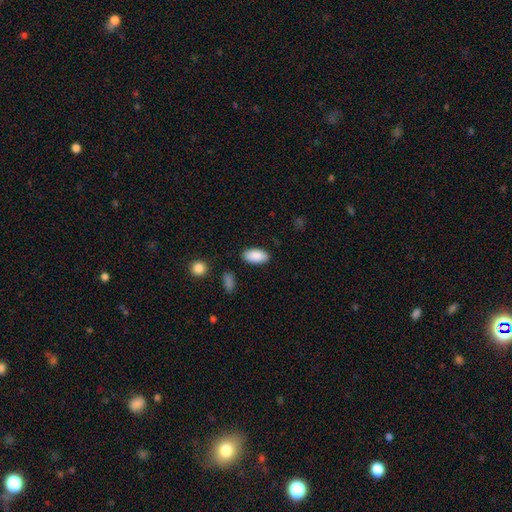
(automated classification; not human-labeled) Smooth or featured? Predicted: smooth (p=0.89). How rounded? Predicted: in between (p=0.94). Merging? Predicted: none (p=0.87).